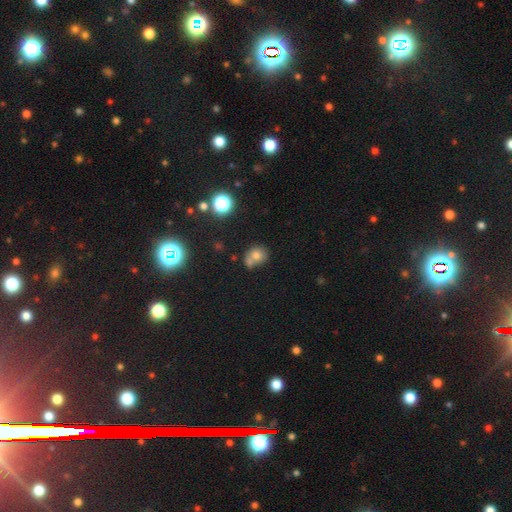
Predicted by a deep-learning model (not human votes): This appears to be a smooth galaxy with no disk features (71%) that is round (66%). Merging: none (42%).